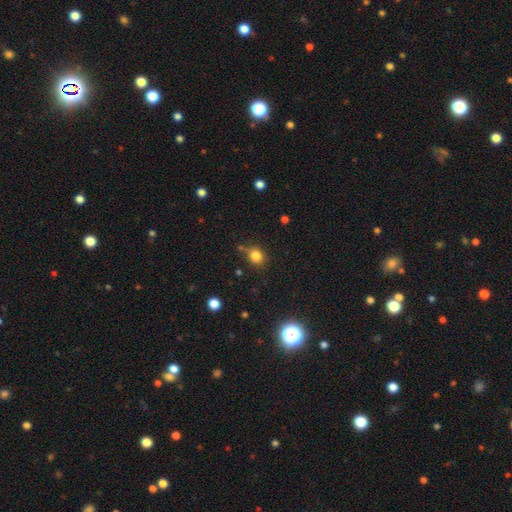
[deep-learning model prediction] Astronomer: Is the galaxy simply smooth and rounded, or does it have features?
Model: smooth — 81%.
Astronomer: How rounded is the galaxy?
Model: round — 72%.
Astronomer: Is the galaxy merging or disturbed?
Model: none — 70%.